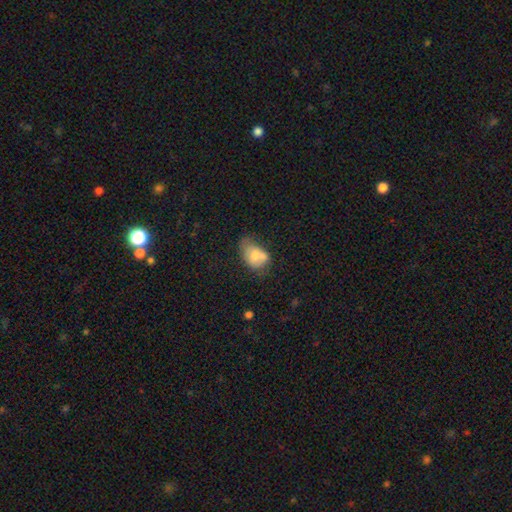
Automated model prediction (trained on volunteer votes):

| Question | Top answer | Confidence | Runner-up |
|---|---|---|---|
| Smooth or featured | smooth | 65% | featured or disk (26%) |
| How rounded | in between | 78% | round (21%) |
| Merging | merger | 32% | none (29%) |